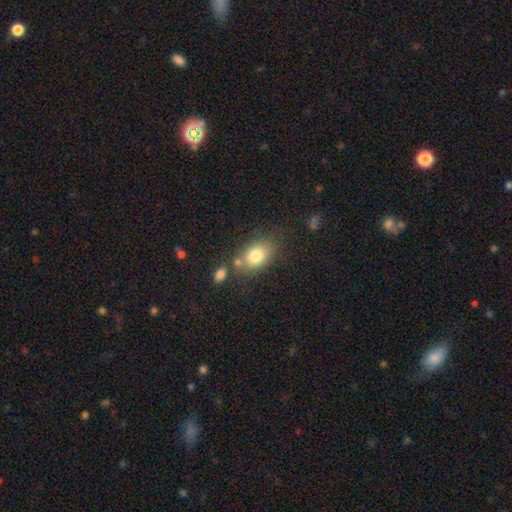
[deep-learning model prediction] smooth-or-featured: smooth: 79% | featured or disk: 12% | star or artifact: 9%
  how-rounded: in between: 78% | round: 21% | cigar-shaped: 2%
  merging: none: 64% | minor disturbance: 16% | merger: 15% | major disturbance: 5%